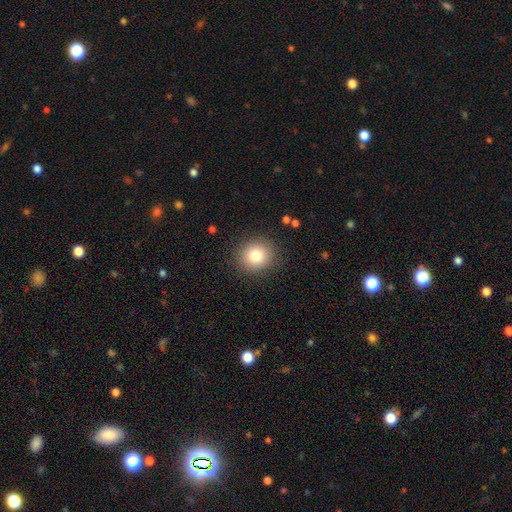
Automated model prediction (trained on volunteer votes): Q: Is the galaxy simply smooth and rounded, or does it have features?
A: smooth — 81%.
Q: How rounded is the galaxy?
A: round — 84%.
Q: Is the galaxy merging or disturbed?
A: none — 89%.